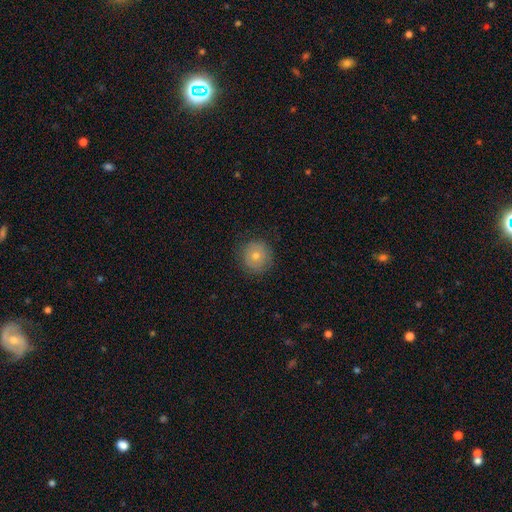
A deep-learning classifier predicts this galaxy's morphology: type=smooth (62%); roundness=round (92%); merging=none (86%).